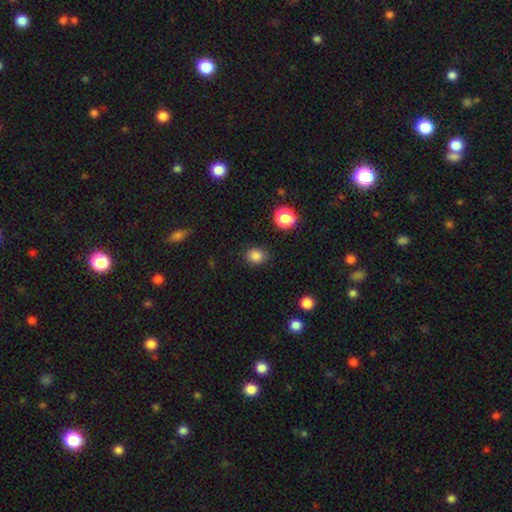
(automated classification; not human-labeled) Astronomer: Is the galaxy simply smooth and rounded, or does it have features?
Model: smooth — 84%.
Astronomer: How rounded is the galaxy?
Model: round — 69%.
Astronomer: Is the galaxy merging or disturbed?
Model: none — 87%.